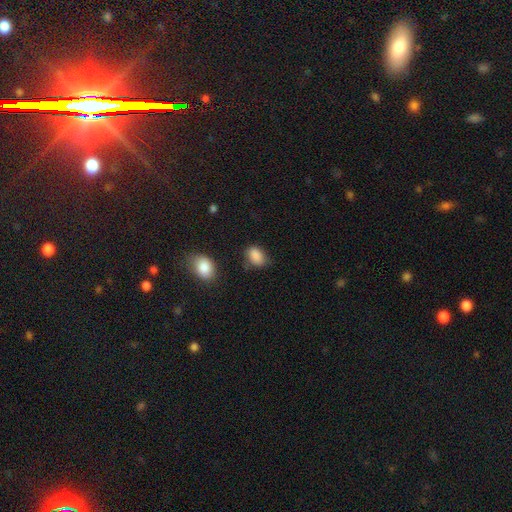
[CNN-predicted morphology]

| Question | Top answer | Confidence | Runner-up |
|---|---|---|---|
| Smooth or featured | smooth | 87% | star or artifact (9%) |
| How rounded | in between | 85% | round (14%) |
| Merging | none | 62% | minor disturbance (27%) |